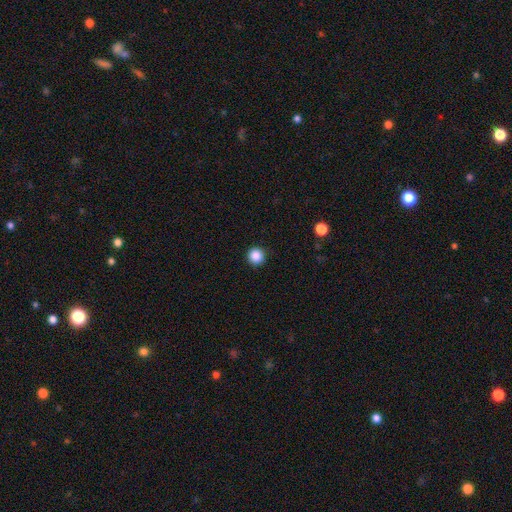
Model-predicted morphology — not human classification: Smooth or featured? Predicted: smooth (p=0.87). How rounded? Predicted: round (p=0.96). Merging? Predicted: none (p=0.93).